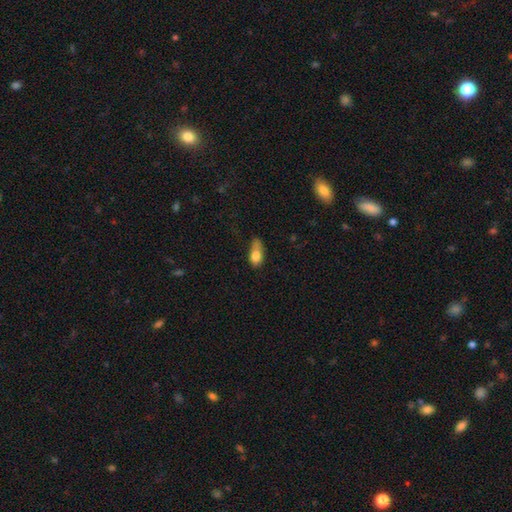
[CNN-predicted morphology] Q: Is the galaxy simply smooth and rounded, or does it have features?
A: smooth — 78%.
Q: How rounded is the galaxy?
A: in between — 82%.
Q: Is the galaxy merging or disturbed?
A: minor disturbance — 36%.